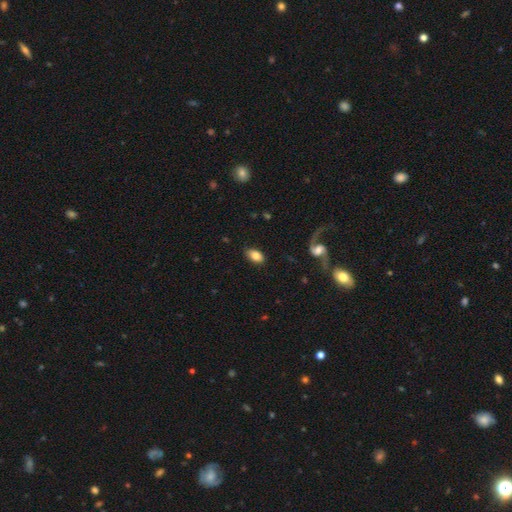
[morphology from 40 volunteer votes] A smooth galaxy with no disk features (72%) that is in between round and cigar-shaped (97%).

Vote fractions:
- Smooth or featured? smooth: 72% / featured or disk: 25% / star or artifact: 2%
- How rounded? in between: 97% / round: 3% / cigar-shaped: 0%
- Merging? none: 85% / minor disturbance: 10% / major disturbance: 5% / merger: 0%